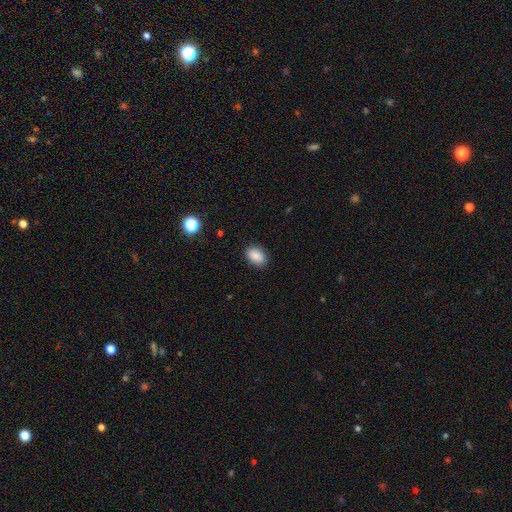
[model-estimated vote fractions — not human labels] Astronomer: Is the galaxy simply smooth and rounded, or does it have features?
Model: smooth — 86%.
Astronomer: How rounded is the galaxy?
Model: in between — 82%.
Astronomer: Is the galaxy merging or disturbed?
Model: none — 88%.